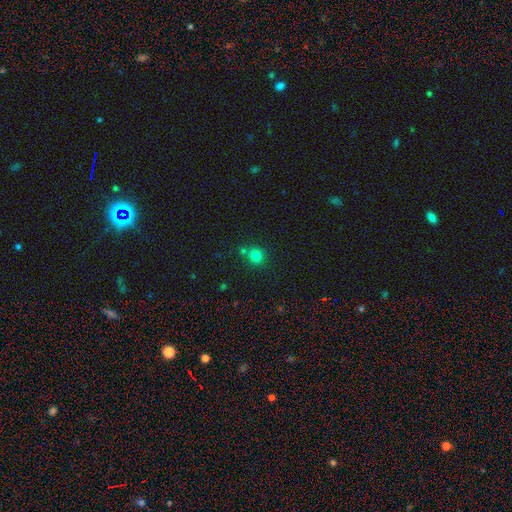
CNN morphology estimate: smooth_or_featured: smooth (p=0.79) [alt: star or artifact p=0.15]
how_rounded: round (p=0.90) [alt: in between p=0.09]
merging: none (p=0.67) [alt: merger p=0.21]